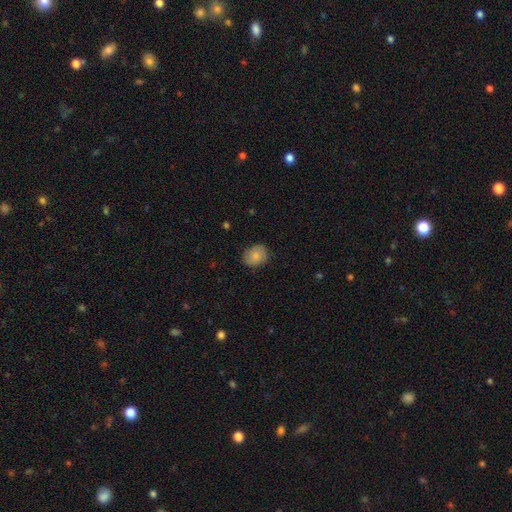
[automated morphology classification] type=smooth (83%); roundness=round (55%); merging=none (81%).